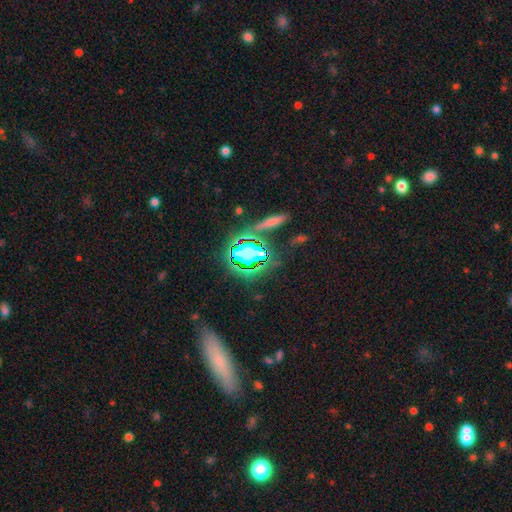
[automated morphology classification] The model was most divided on "smooth or featured": star or artifact: 55%, smooth: 29%, featured or disk: 16%.